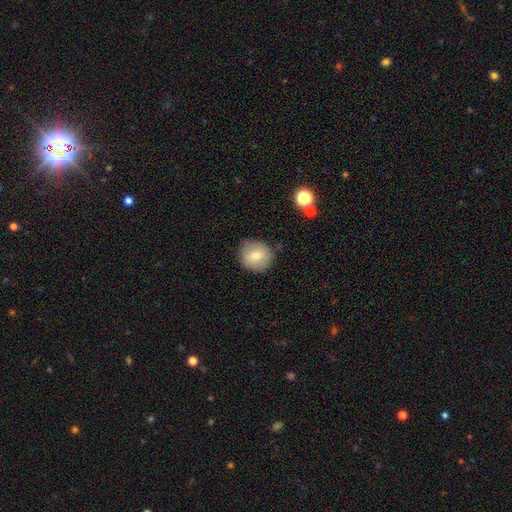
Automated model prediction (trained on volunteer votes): A smooth galaxy with no disk features (70%) that is round (88%).

Vote fractions:
- Smooth or featured? smooth: 70% / featured or disk: 21% / star or artifact: 9%
- How rounded? round: 88% / in between: 11% / cigar-shaped: 1%
- Merging? none: 83% / minor disturbance: 12% / major disturbance: 3% / merger: 2%